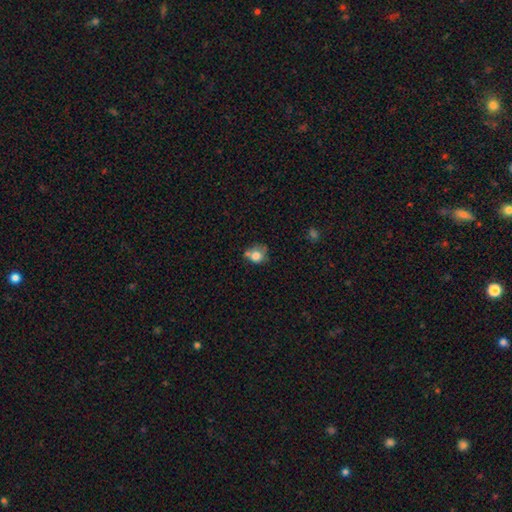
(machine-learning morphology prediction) Smooth or featured?
  - smooth: 75% *
  - featured or disk: 14%
  - star or artifact: 11%
How rounded?
  - round: 72% *
  - in between: 27%
  - cigar-shaped: 1%
Merging?
  - none: 42% *
  - merger: 26%
  - minor disturbance: 22%
  - major disturbance: 10%